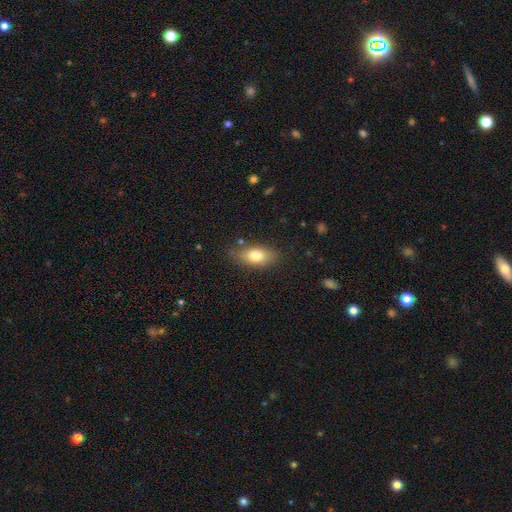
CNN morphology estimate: This is likely a smooth galaxy (74%). How rounded: clearly in between (84%). Merging: clearly none (81%).